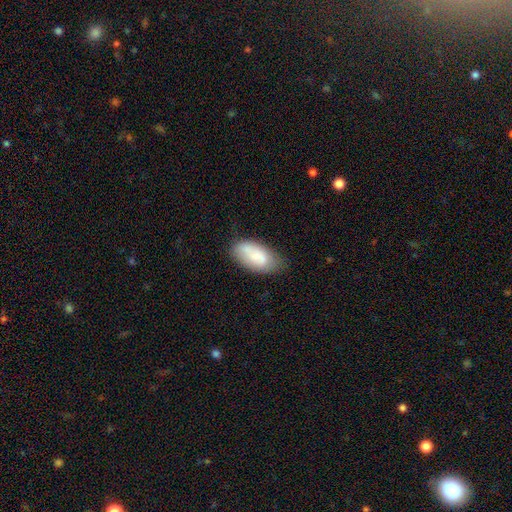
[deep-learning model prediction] smooth 71%, featured or disk 22%, star or artifact 7%. Down the decision tree: how rounded — in between (94%); merging — none (66%).